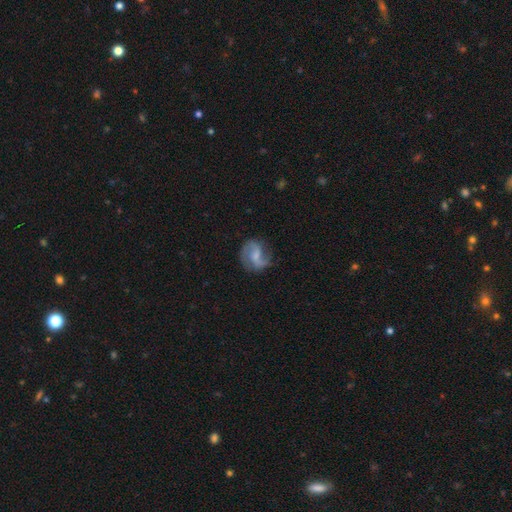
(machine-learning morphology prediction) smooth-or-featured: featured or disk: 79% | smooth: 15% | star or artifact: 6%
  disk-edge-on: no: 98% | yes: 2%
    bar: weak: 51% | no: 33% | strong: 16%
    has-spiral-arms: yes: 95% | no: 5%
      spiral-winding: medium: 45% | loose: 42% | tight: 13%
      spiral-arm-count: 2: 88% | 1: 4% | can't tell: 4% | 3: 2% | 4: 1% | more than 4: 1%
    bulge-size: small: 44% | moderate: 30% | none: 21% | large: 3% | dominant: 1%
  merging: none: 73% | minor disturbance: 18% | major disturbance: 8% | merger: 1%